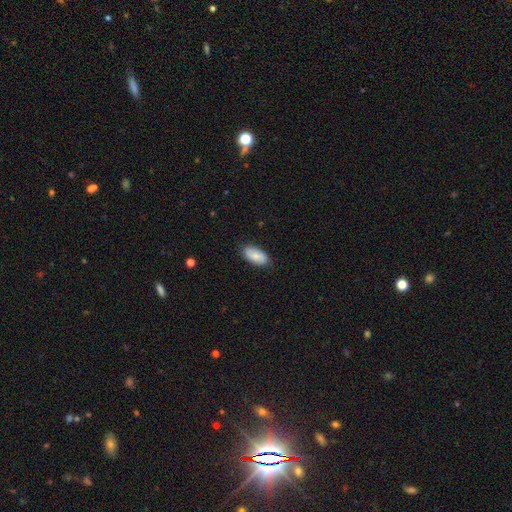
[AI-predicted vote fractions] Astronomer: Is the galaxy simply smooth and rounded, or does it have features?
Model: smooth — 80%.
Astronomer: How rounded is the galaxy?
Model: in between — 93%.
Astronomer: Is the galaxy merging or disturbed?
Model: none — 82%.